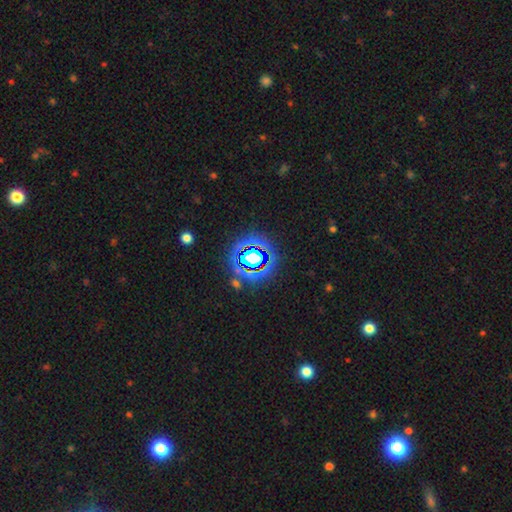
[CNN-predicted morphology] smooth_or_featured: star or artifact (p=0.70) [alt: smooth p=0.18]